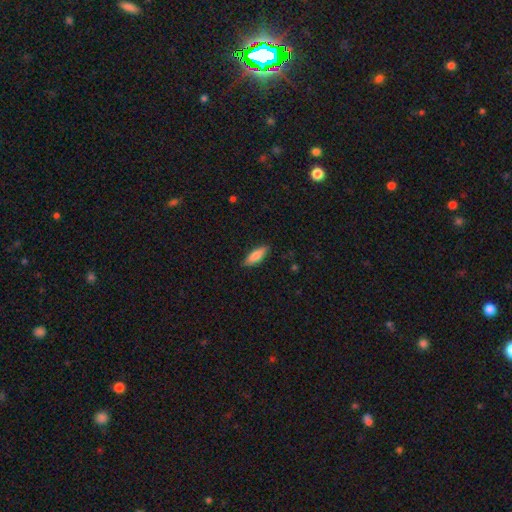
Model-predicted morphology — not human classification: Q: Smooth or featured?
A: smooth (79%); runner-up: featured or disk (15%)
Q: How rounded?
A: in between (55%); runner-up: cigar-shaped (43%)
Q: Merging?
A: none (86%); runner-up: minor disturbance (11%)